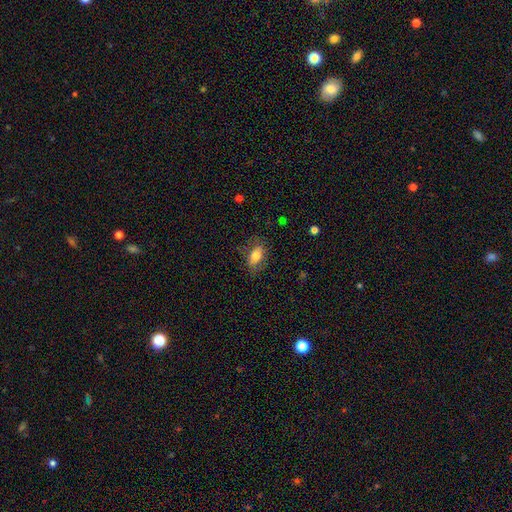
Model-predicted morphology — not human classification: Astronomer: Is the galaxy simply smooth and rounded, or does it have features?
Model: smooth — 74%.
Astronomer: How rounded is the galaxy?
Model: in between — 87%.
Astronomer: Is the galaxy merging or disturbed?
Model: none — 72%.